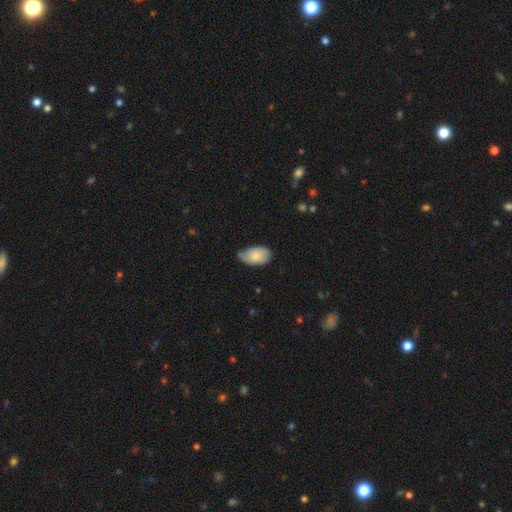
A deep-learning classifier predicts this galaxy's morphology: The model was most divided on "merging": none: 47%, minor disturbance: 42%, major disturbance: 9%, merger: 2%. More confident: how rounded — in between (93%); smooth or featured — smooth (71%).